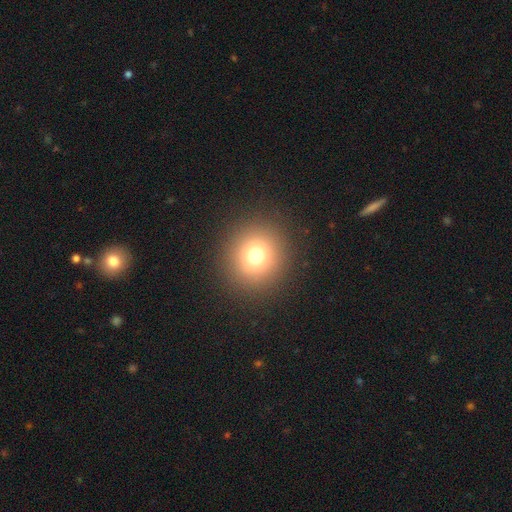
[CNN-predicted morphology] smooth 73%, star or artifact 18%, featured or disk 9%. Down the decision tree: how rounded — round (93%); merging — none (90%).